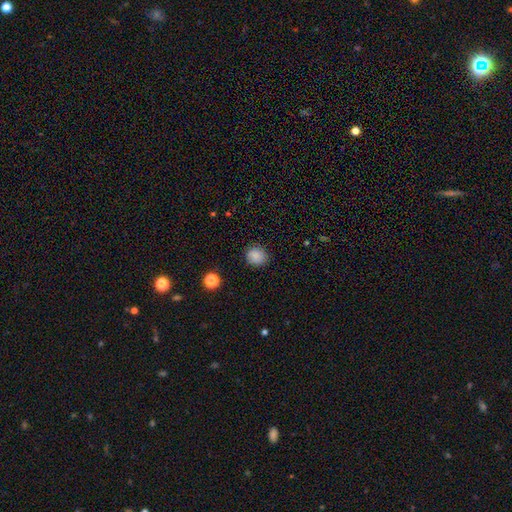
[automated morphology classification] A smooth galaxy with no disk features (85%) that is round (79%).

Vote fractions:
- Smooth or featured? smooth: 85% / star or artifact: 10% / featured or disk: 5%
- How rounded? round: 79% / in between: 20% / cigar-shaped: 1%
- Merging? none: 86% / minor disturbance: 11% / major disturbance: 3% / merger: 1%